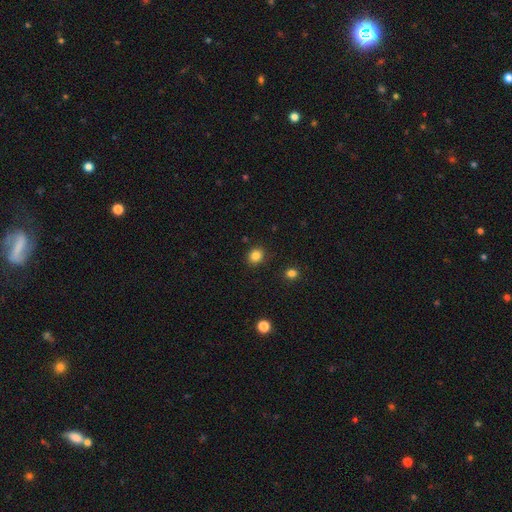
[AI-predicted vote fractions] A smooth galaxy with no disk features (85%) that is round (71%).

Vote fractions:
- Smooth or featured? smooth: 85% / star or artifact: 11% / featured or disk: 4%
- How rounded? round: 71% / in between: 28% / cigar-shaped: 1%
- Merging? none: 88% / minor disturbance: 8% / major disturbance: 2% / merger: 2%